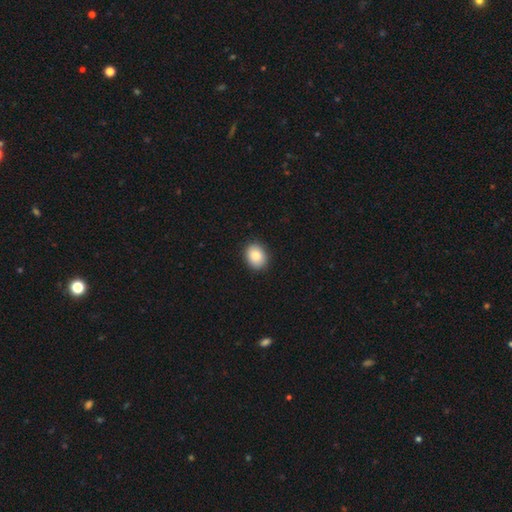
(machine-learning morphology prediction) A smooth galaxy with no disk features (87%) that is in between round and cigar-shaped (57%). Merging: none (90%).